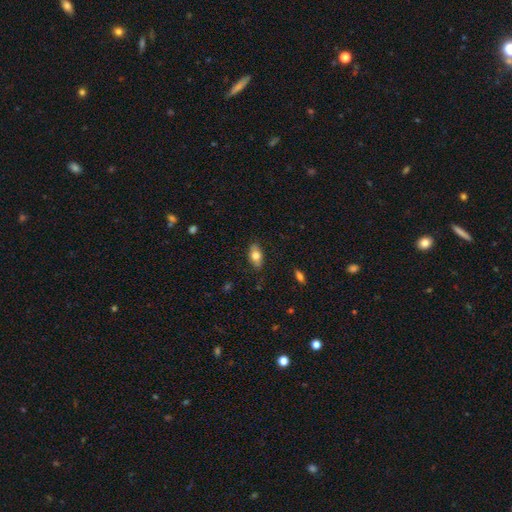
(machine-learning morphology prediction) type=smooth (73%); roundness=in between (89%); merging=none (83%).